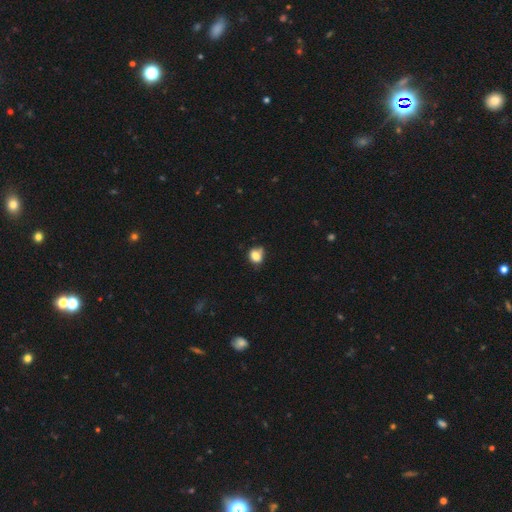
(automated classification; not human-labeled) Smooth or featured? Predicted: smooth (p=0.79). How rounded? Predicted: round (p=0.56). Merging? Predicted: none (p=0.51).